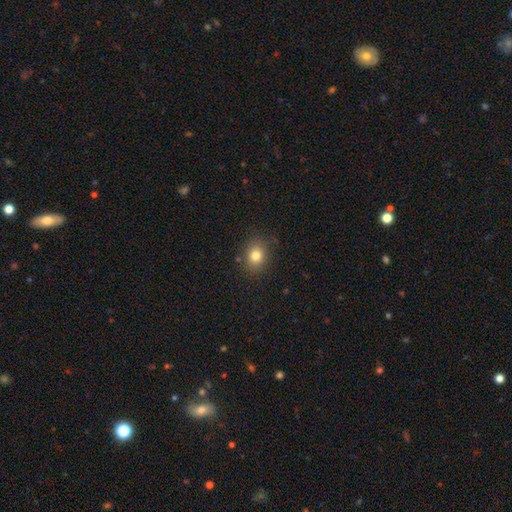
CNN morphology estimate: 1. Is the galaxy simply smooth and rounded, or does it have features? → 80% smooth, 12% star or artifact, 8% featured or disk.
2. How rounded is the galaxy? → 56% round, 43% in between, 1% cigar-shaped.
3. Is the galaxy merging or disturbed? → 84% none, 11% minor disturbance, 3% major disturbance, 2% merger.